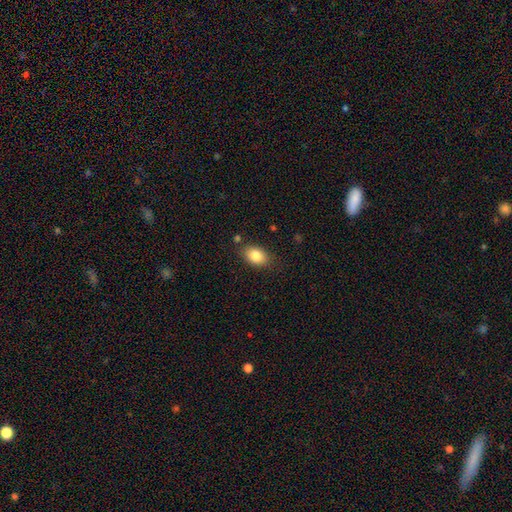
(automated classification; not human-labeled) Smooth or featured: smooth — 83% (featured or disk — 9%)
How rounded: in between — 85% (round — 14%)
Merging: none — 80% (minor disturbance — 14%)